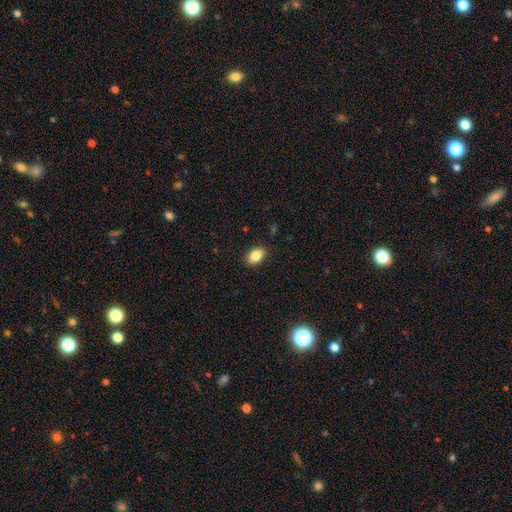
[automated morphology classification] Smooth or featured? Predicted: smooth (p=0.85). How rounded? Predicted: in between (p=0.84). Merging? Predicted: none (p=0.88).